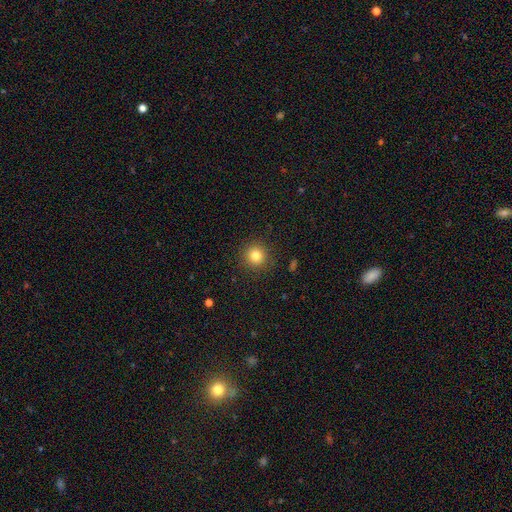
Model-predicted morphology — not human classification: smooth 81%, star or artifact 12%, featured or disk 6%. Down the decision tree: how rounded — round (94%); merging — none (91%).